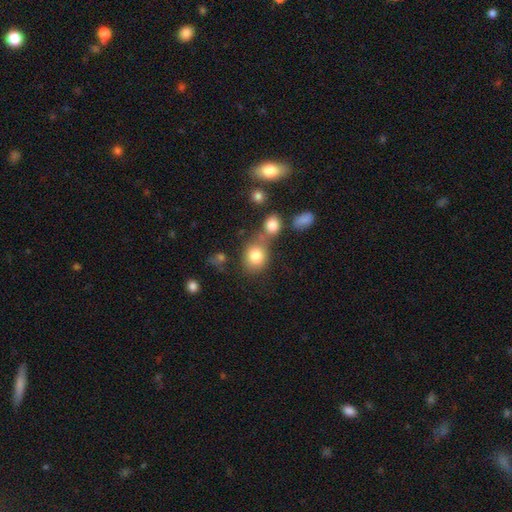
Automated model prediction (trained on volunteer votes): Overall: smooth (80%). How rounded: round (67%; in between 32%). Merging: none (56%; merger 26%).